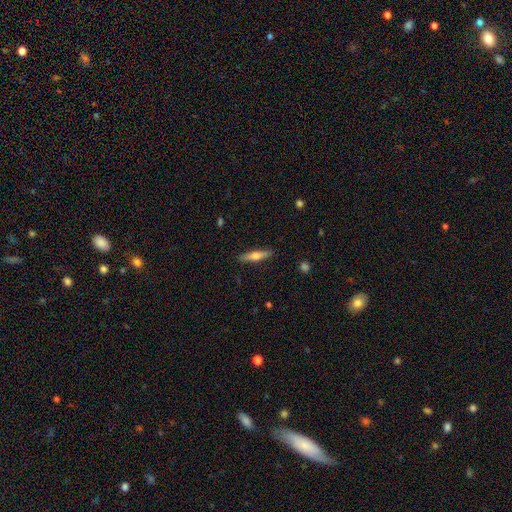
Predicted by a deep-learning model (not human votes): The model was most divided on "smooth or featured": smooth: 55%, featured or disk: 39%, star or artifact: 6%. More confident: merging — none (89%); how rounded — cigar-shaped (79%).